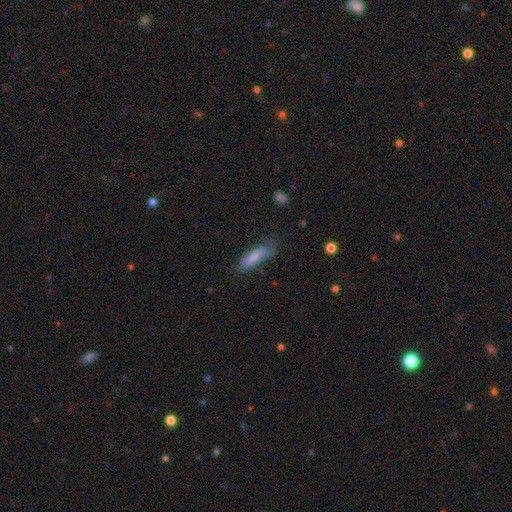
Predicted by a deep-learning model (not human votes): This is likely a smooth galaxy (69%). How rounded: likely cigar-shaped (68%). Merging: possibly none (58%).